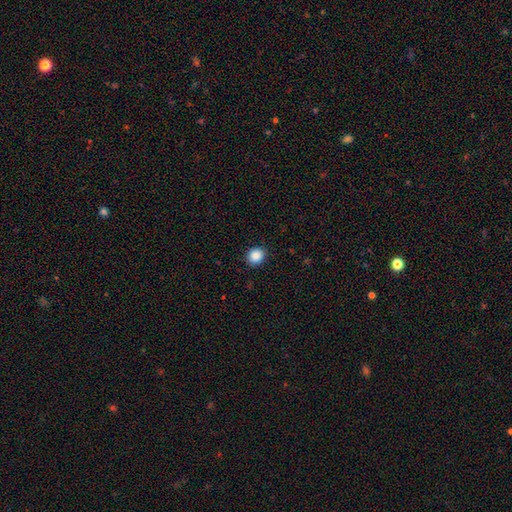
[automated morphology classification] This appears to be a smooth galaxy with no disk features (88%) that is round (77%). Merging: none (90%).